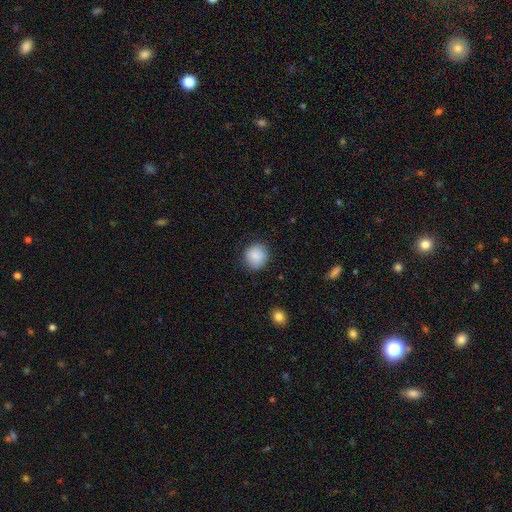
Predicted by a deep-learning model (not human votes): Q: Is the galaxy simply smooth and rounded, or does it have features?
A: smooth — 84%.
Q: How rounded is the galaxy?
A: round — 87%.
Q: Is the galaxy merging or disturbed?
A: none — 84%.